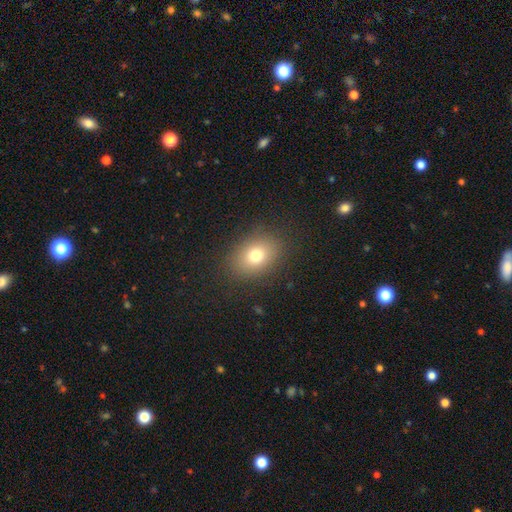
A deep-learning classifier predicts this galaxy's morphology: Smooth or featured?
  - smooth: 76% *
  - star or artifact: 13%
  - featured or disk: 11%
How rounded?
  - in between: 65% *
  - round: 34%
  - cigar-shaped: 1%
Merging?
  - none: 86% *
  - minor disturbance: 9%
  - major disturbance: 4%
  - merger: 1%